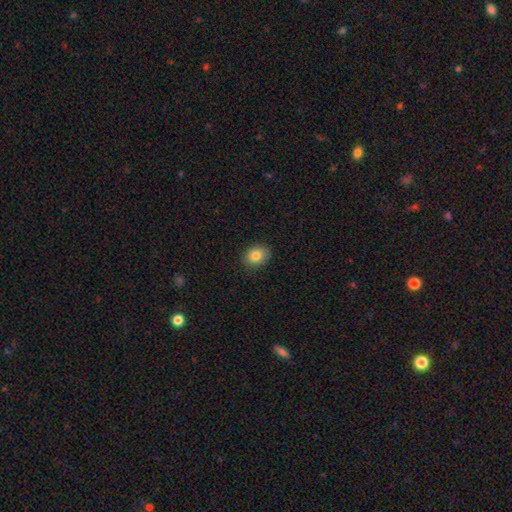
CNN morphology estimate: A smooth galaxy with no disk features (82%) that is in between round and cigar-shaped (53%). Merging: none (86%).